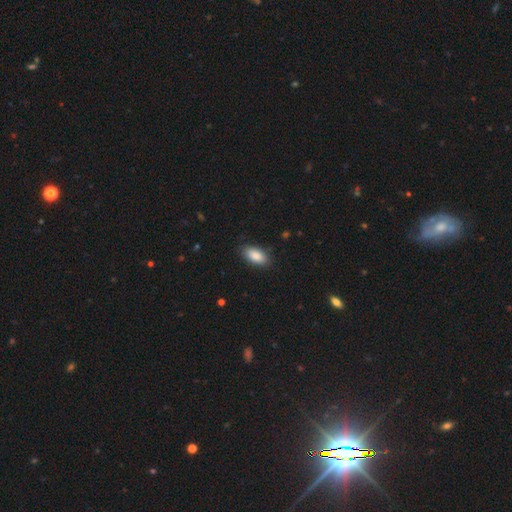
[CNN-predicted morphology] Q: Smooth or featured?
A: smooth (88%); runner-up: star or artifact (6%)
Q: How rounded?
A: in between (91%); runner-up: cigar-shaped (6%)
Q: Merging?
A: none (86%); runner-up: minor disturbance (11%)